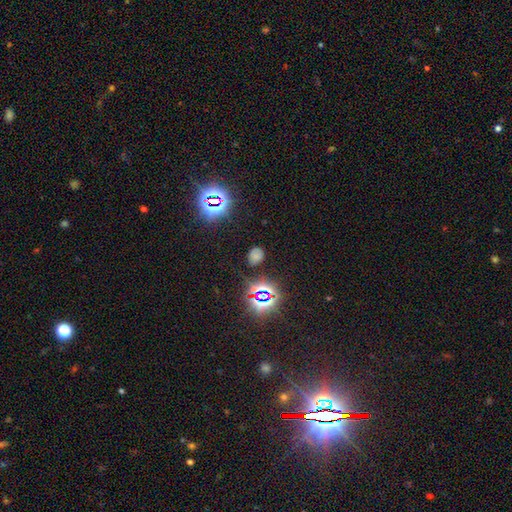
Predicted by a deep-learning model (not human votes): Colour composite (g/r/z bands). It shows a smooth galaxy with no disk features (51%) that is round (50%). Merging: none (76%).